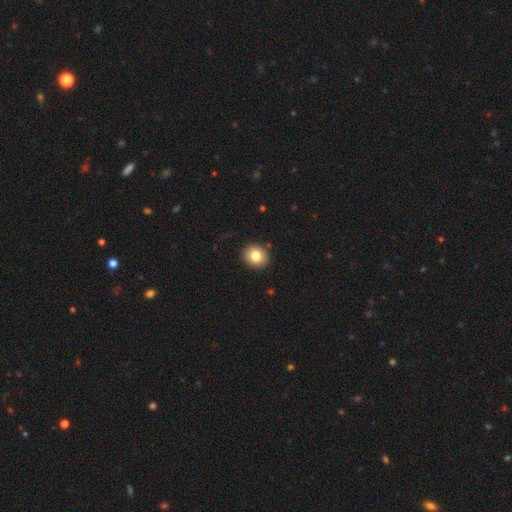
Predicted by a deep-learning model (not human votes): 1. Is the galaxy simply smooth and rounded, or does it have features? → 80% smooth, 10% featured or disk, 9% star or artifact.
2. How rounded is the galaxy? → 69% round, 30% in between, 1% cigar-shaped.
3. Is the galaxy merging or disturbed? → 90% none, 7% minor disturbance, 2% major disturbance, 1% merger.